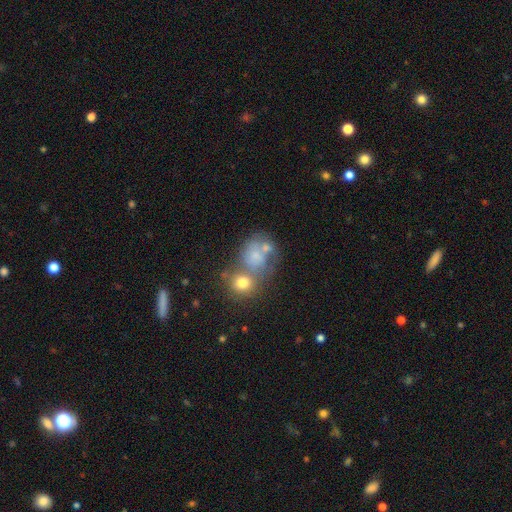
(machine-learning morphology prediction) A smooth galaxy with no disk features (59%) that is round (59%). Merging: merger (47%).